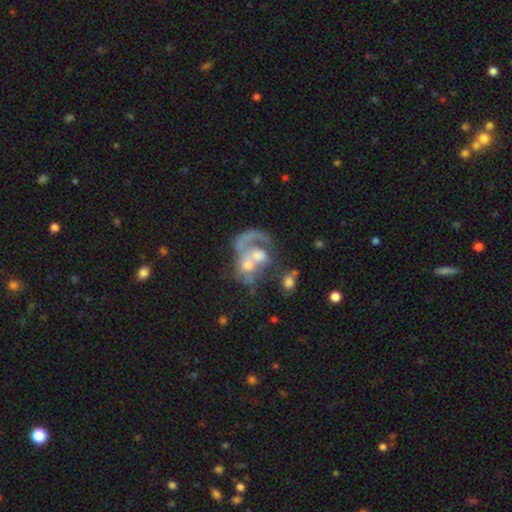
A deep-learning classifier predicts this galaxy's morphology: smooth-or-featured: featured or disk: 68% | smooth: 20% | star or artifact: 11%
  disk-edge-on: no: 97% | yes: 3%
    bar: no: 76% | weak: 19% | strong: 6%
    has-spiral-arms: yes: 63% | no: 37%
    bulge-size: moderate: 49% | small: 26% | none: 12% | large: 10% | dominant: 3%
  merging: merger: 54% | major disturbance: 19% | none: 18% | minor disturbance: 9%